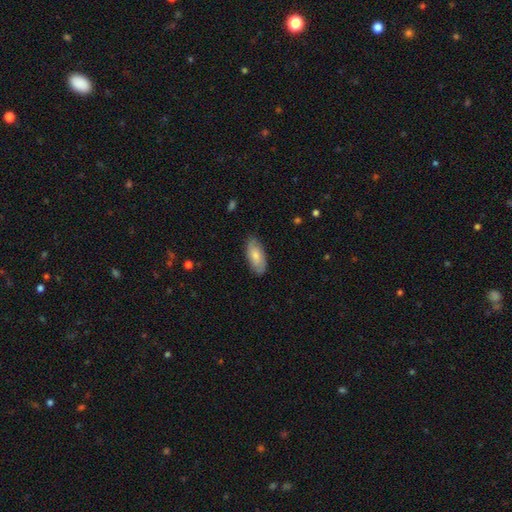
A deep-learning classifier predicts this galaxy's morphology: Smooth or featured: smooth — 71% (featured or disk — 23%)
How rounded: in between — 89% (cigar-shaped — 9%)
Merging: none — 82% (minor disturbance — 15%)